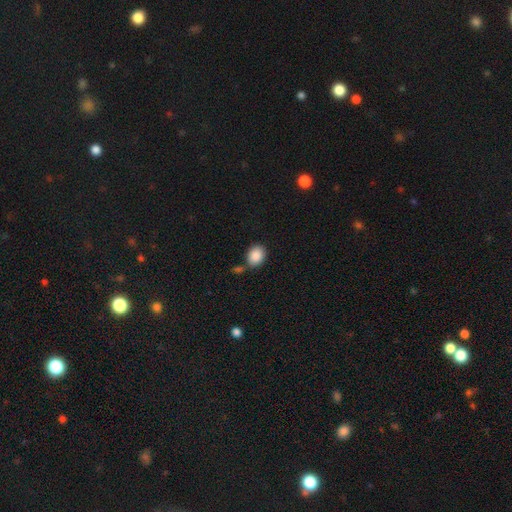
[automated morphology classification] smooth_or_featured: smooth (p=0.89) [alt: star or artifact p=0.08]
how_rounded: in between (p=0.57) [alt: round p=0.42]
merging: none (p=0.67) [alt: minor disturbance p=0.15]